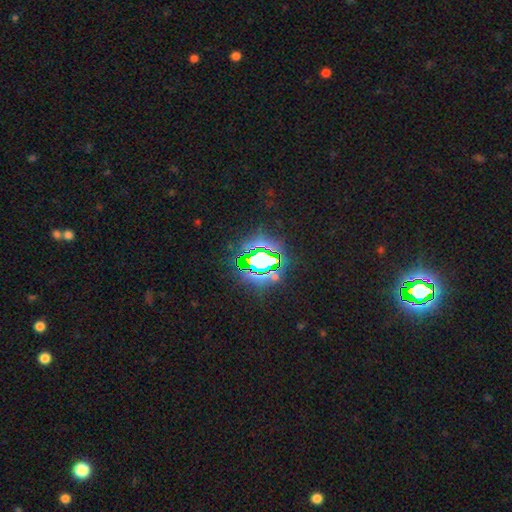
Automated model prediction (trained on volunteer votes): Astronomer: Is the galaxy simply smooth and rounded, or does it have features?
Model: star or artifact — 73%.